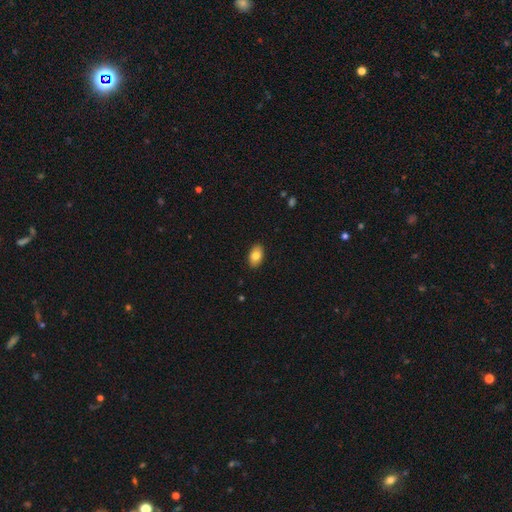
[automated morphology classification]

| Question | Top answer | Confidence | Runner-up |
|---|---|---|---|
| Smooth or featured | smooth | 81% | featured or disk (12%) |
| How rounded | in between | 92% | round (6%) |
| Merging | none | 90% | minor disturbance (8%) |